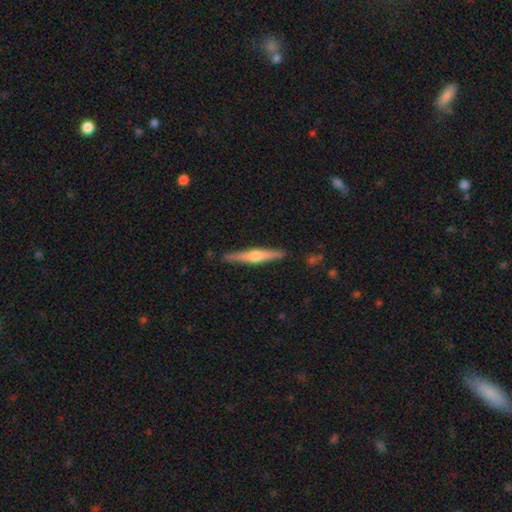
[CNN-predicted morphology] A featured or disk galaxy (68%) viewed edge-on (98%) with a rounded central bulge (91%). Merging: none (89%).